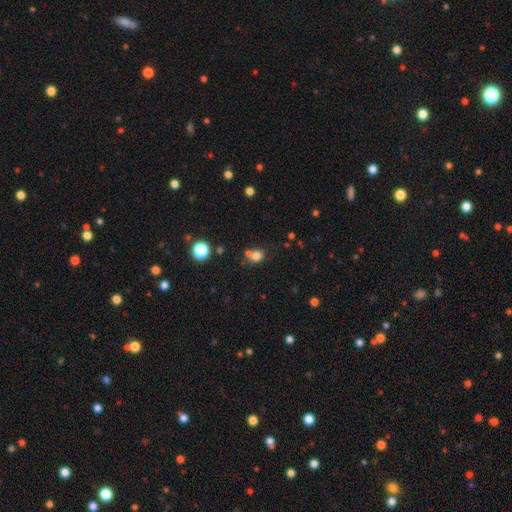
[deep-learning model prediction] Overall: smooth (76%). How rounded: round (66%; in between 33%). Merging: none (50%; merger 34%).